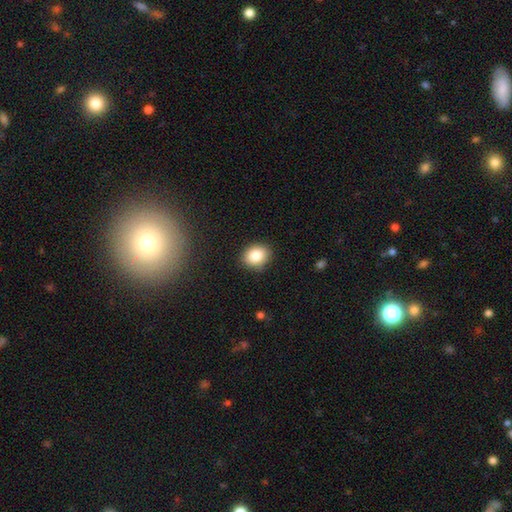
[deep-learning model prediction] smooth-or-featured: smooth: 85% | star or artifact: 9% | featured or disk: 6%
  how-rounded: round: 54% | in between: 45% | cigar-shaped: 1%
  merging: none: 87% | minor disturbance: 9% | major disturbance: 2% | merger: 1%